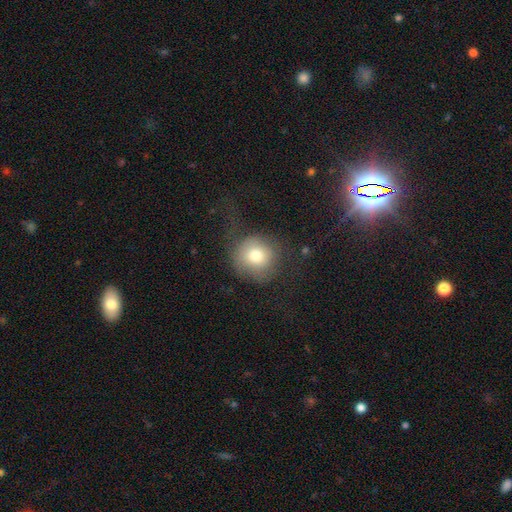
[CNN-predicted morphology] Smooth or featured: smooth — 74% (featured or disk — 16%)
How rounded: round — 90% (in between — 9%)
Merging: none — 51% (major disturbance — 27%)